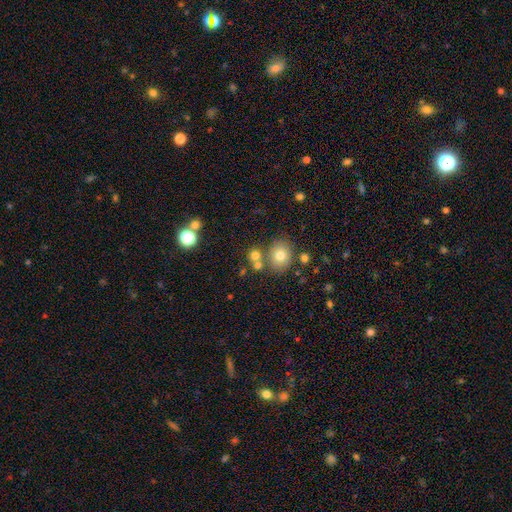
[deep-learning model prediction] A smooth galaxy with no disk features (72%) that is round (78%).

Vote fractions:
- Smooth or featured? smooth: 72% / star or artifact: 16% / featured or disk: 12%
- How rounded? round: 78% / in between: 21% / cigar-shaped: 1%
- Merging? none: 67% / merger: 20% / minor disturbance: 9% / major disturbance: 4%